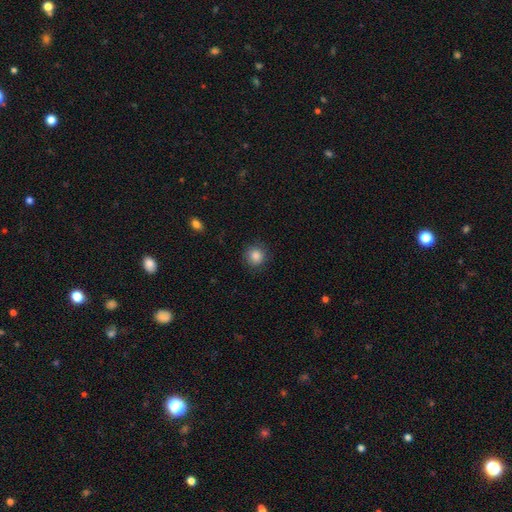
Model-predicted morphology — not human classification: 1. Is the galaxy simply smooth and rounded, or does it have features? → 85% smooth, 10% star or artifact, 5% featured or disk.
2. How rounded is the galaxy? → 91% round, 8% in between, 1% cigar-shaped.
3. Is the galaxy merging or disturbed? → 86% none, 10% minor disturbance, 3% major disturbance, 1% merger.